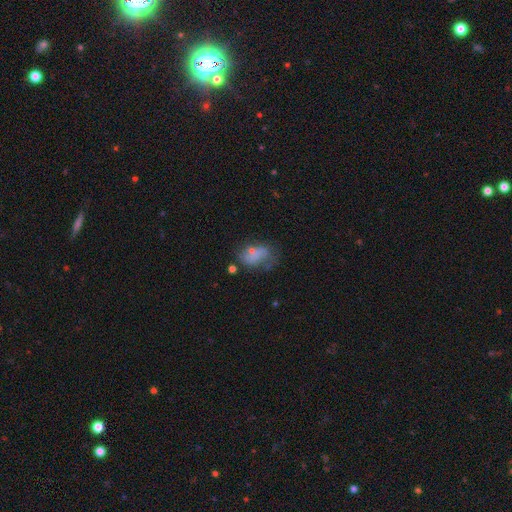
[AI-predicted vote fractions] A smooth galaxy with no disk features (62%) that is in between round and cigar-shaped (84%). Merging: none (36%).